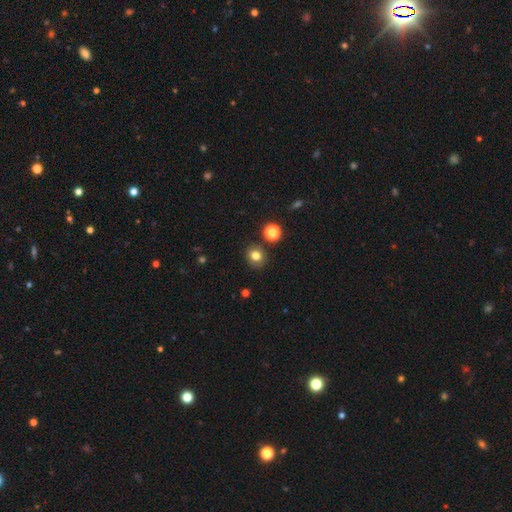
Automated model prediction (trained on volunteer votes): A smooth galaxy with no disk features (79%) that is round (71%).

Vote fractions:
- Smooth or featured? smooth: 79% / star or artifact: 14% / featured or disk: 7%
- How rounded? round: 71% / in between: 28% / cigar-shaped: 1%
- Merging? none: 82% / minor disturbance: 9% / merger: 6% / major disturbance: 3%